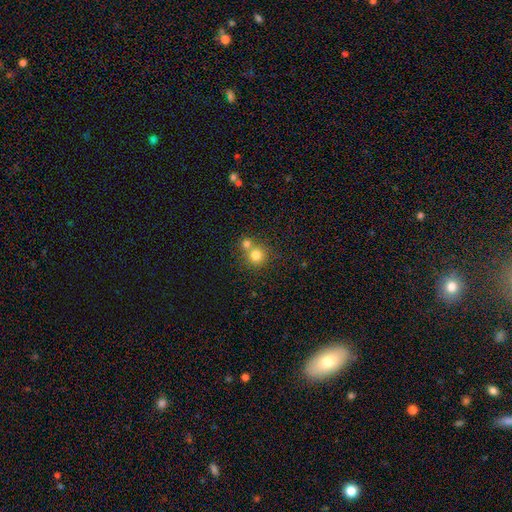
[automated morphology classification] The model was most divided on "merging": none: 51%, merger: 41%, minor disturbance: 6%, major disturbance: 3%. More confident: how rounded — round (91%); smooth or featured — smooth (77%).